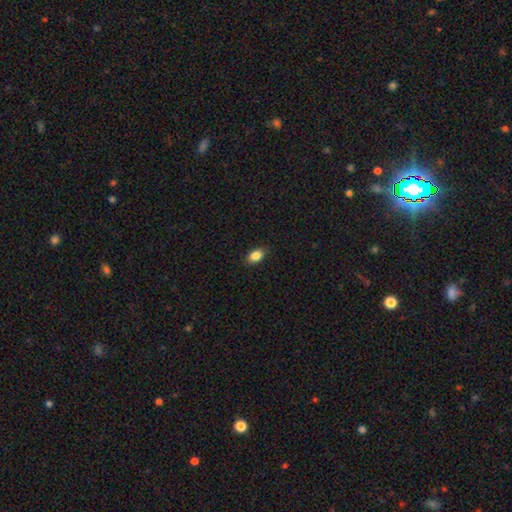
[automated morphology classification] The model was most divided on "how rounded": in between: 85%, round: 13%, cigar-shaped: 2%. More confident: merging — none (88%); smooth or featured — smooth (86%).